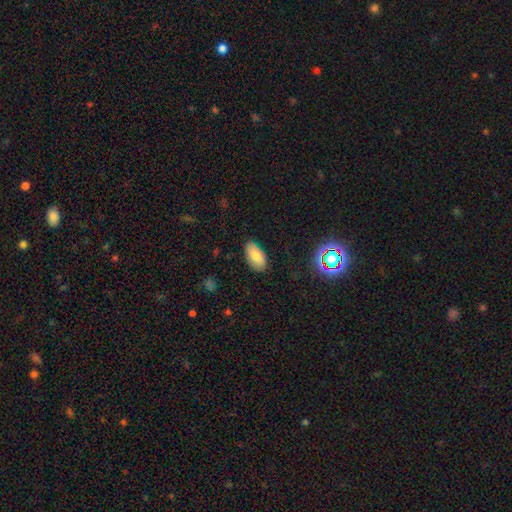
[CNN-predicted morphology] A smooth galaxy with no disk features (78%) that is in between round and cigar-shaped (94%).

Vote fractions:
- Smooth or featured? smooth: 78% / featured or disk: 13% / star or artifact: 9%
- How rounded? in between: 94% / round: 3% / cigar-shaped: 2%
- Merging? none: 82% / minor disturbance: 14% / major disturbance: 3% / merger: 1%